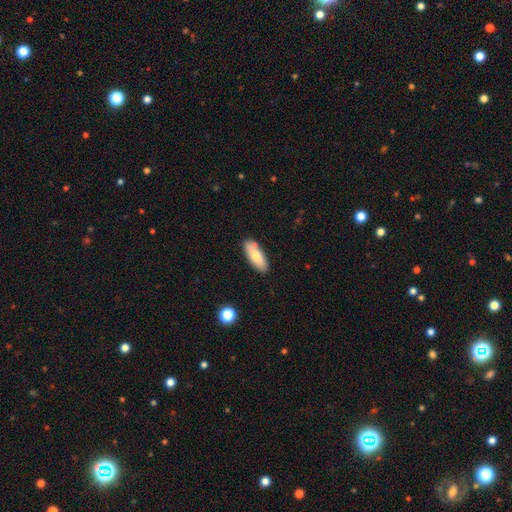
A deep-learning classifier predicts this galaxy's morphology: A smooth galaxy with no disk features (73%) that is in between round and cigar-shaped (77%). Merging: none (83%).